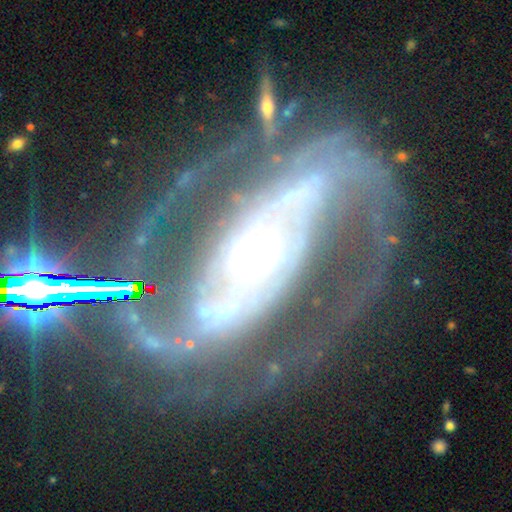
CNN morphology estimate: This appears to be a featured or disk galaxy (89%) with a strong bar (50%), 2 (88%) medium (50%) spiral arms (94%) and a moderate central bulge (53%). Merging: none (64%).